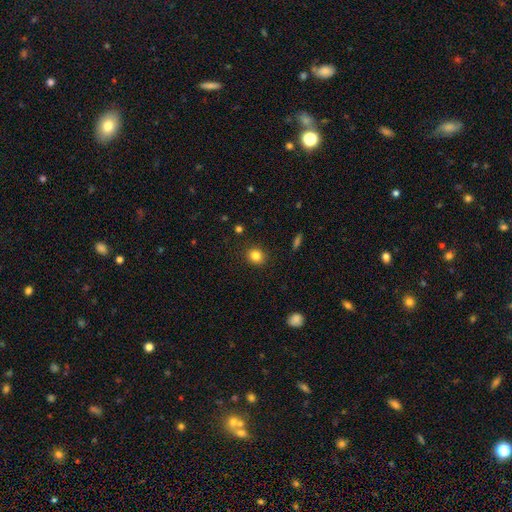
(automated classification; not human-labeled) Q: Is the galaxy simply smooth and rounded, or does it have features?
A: smooth — 82%.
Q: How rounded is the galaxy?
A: round — 75%.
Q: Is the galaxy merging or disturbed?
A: none — 89%.